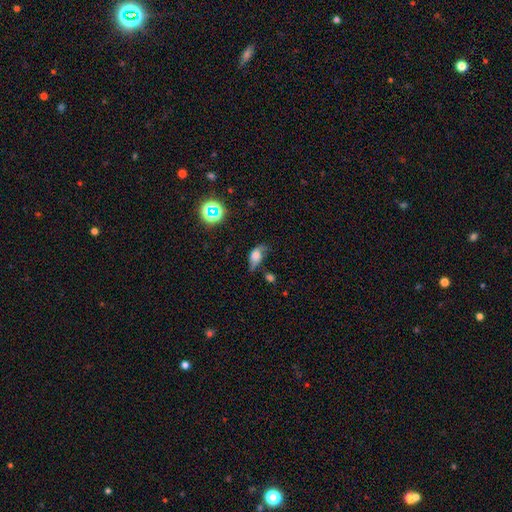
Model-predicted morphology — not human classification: smooth-or-featured: smooth: 55% | featured or disk: 31% | star or artifact: 14%
  how-rounded: in between: 81% | round: 13% | cigar-shaped: 6%
  merging: minor disturbance: 37% | none: 32% | major disturbance: 26% | merger: 6%